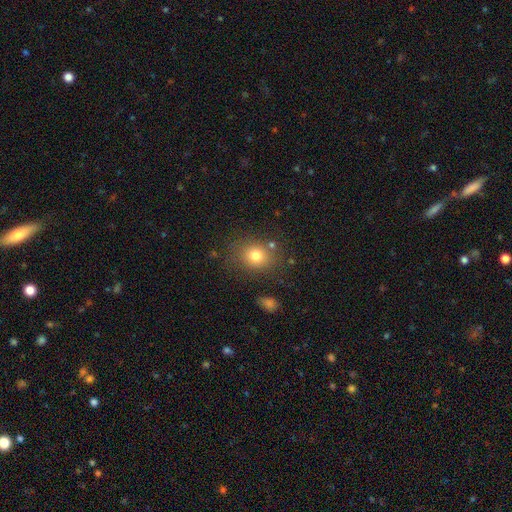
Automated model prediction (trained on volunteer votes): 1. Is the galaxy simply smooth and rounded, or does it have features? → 77% smooth, 13% star or artifact, 10% featured or disk.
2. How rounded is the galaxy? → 64% round, 35% in between, 1% cigar-shaped.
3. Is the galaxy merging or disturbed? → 76% none, 13% minor disturbance, 6% merger, 5% major disturbance.